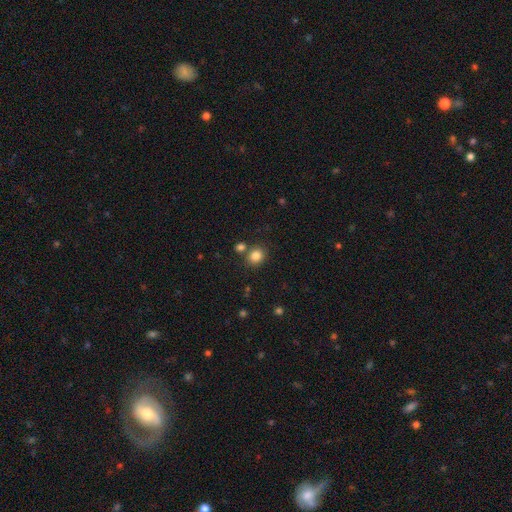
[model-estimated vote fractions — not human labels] Smooth or featured? smooth (83%)
How rounded? round (71%)
Merging? none (73%)